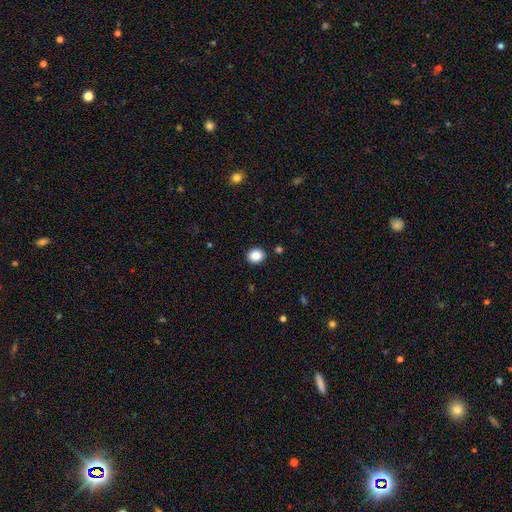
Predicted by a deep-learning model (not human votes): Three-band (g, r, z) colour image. It shows a smooth galaxy with no disk features (86%) that is round (75%). Merging: none (90%).